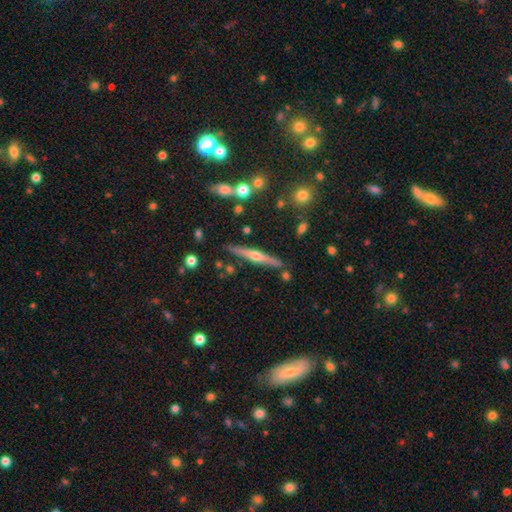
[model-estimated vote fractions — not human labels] Morphology: type=featured or disk (72%); edge-on=yes (97%); edge-on bulge=rounded (89%); merging=none (85%).